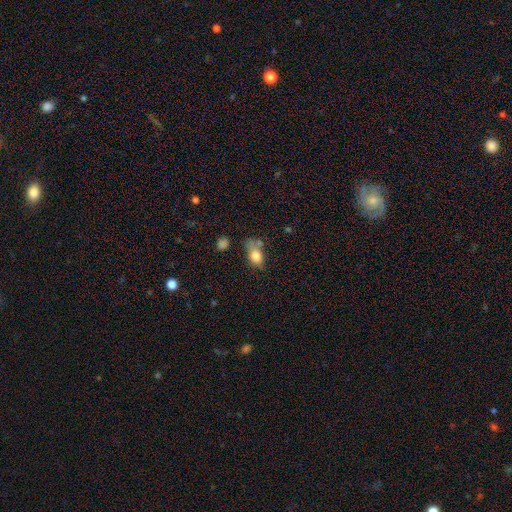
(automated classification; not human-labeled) Smooth or featured? Predicted: smooth (p=0.80). How rounded? Predicted: in between (p=0.80). Merging? Predicted: none (p=0.42).